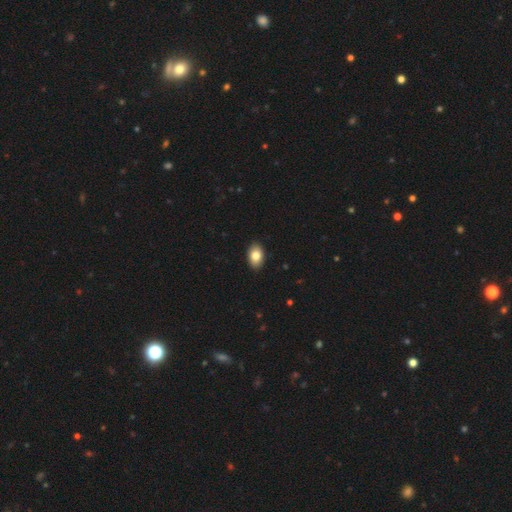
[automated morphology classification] Q: Smooth or featured?
A: smooth (83%); runner-up: featured or disk (9%)
Q: How rounded?
A: in between (88%); runner-up: round (10%)
Q: Merging?
A: none (90%); runner-up: minor disturbance (7%)